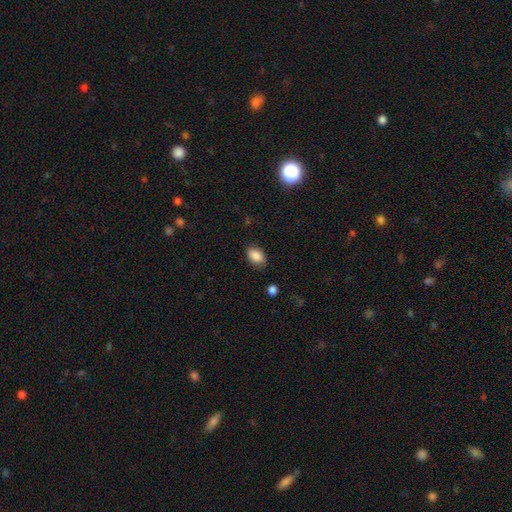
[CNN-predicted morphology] Smooth or featured? smooth (88%)
How rounded? in between (89%)
Merging? none (83%)